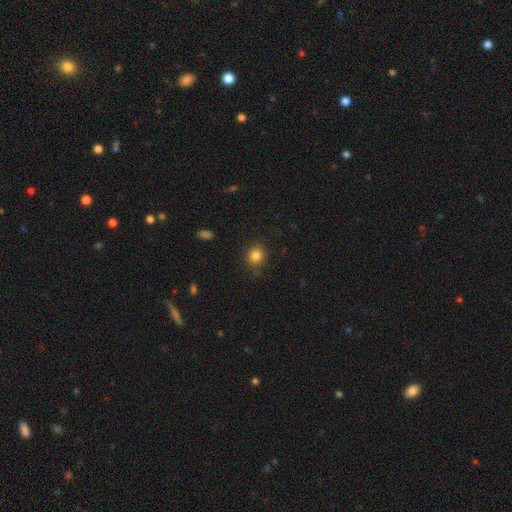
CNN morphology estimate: This appears to be a smooth galaxy with no disk features (84%) that is round (80%). Merging: none (84%).